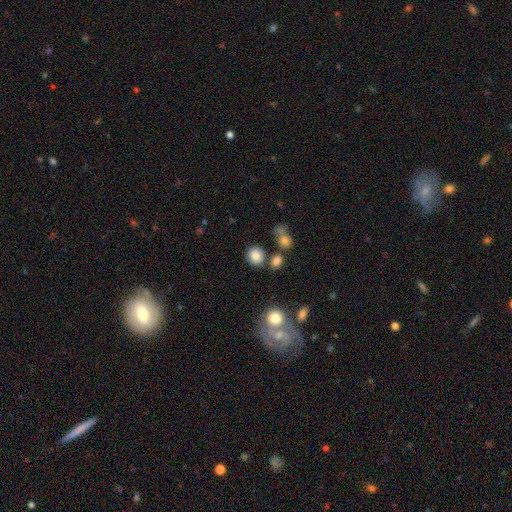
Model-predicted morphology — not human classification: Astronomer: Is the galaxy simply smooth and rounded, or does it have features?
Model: smooth — 84%.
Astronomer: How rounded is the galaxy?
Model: round — 77%.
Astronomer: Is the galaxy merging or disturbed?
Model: none — 75%.